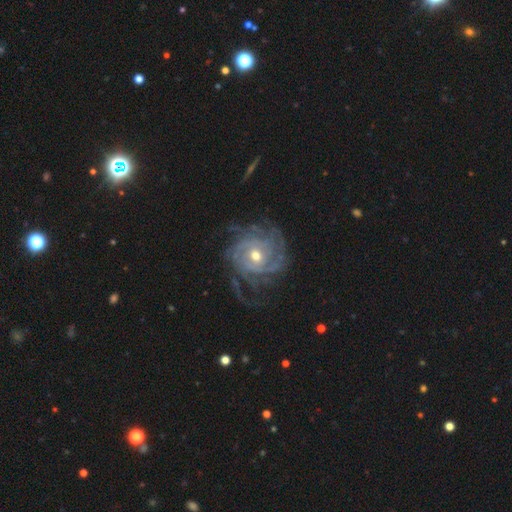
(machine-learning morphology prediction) Smooth or featured: featured or disk — 90% (star or artifact — 5%)
Edge-on disk: no — 97% (yes — 3%)
Bar: no — 67% (weak — 25%)
Spiral arms: yes — 96% (no — 4%)
Spiral winding: tight — 71% (medium — 23%)
Spiral arm count: can't tell — 29% (4 — 18%)
Bulge size: moderate — 63% (small — 33%)
Merging: none — 67% (minor disturbance — 18%)